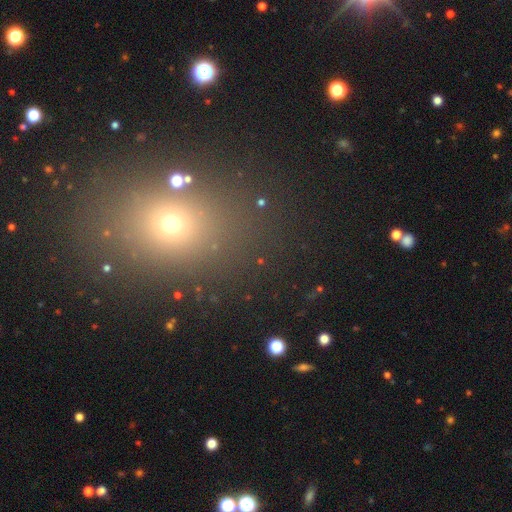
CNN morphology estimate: The model was most divided on "how rounded": round: 52%, in between: 46%, cigar-shaped: 2%. More confident: merging — none (85%); smooth or featured — smooth (53%).